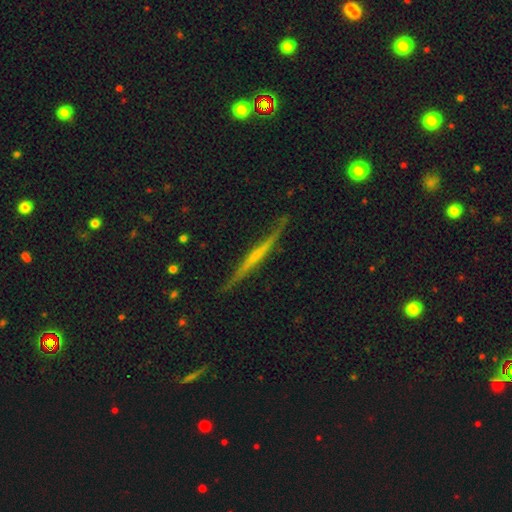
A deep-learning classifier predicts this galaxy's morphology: This appears to be a featured or disk galaxy (68%) viewed edge-on (97%) with no central bulge (71%). Merging: none (84%).